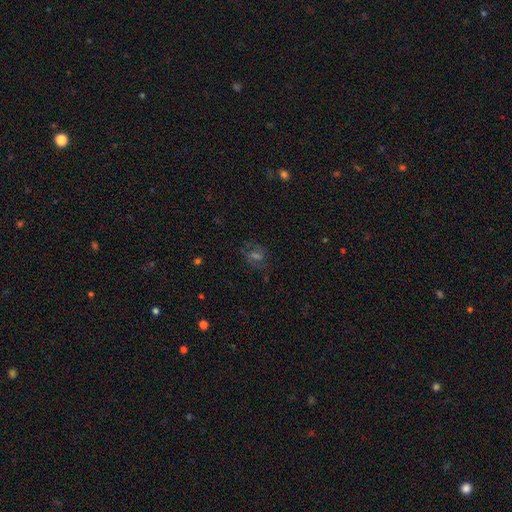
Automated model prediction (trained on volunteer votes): A featured or disk galaxy (43%).

Vote fractions:
- Smooth or featured? featured or disk: 43% / star or artifact: 29% / smooth: 28%
- Merging? none: 73% / minor disturbance: 15% / major disturbance: 10% / merger: 2%